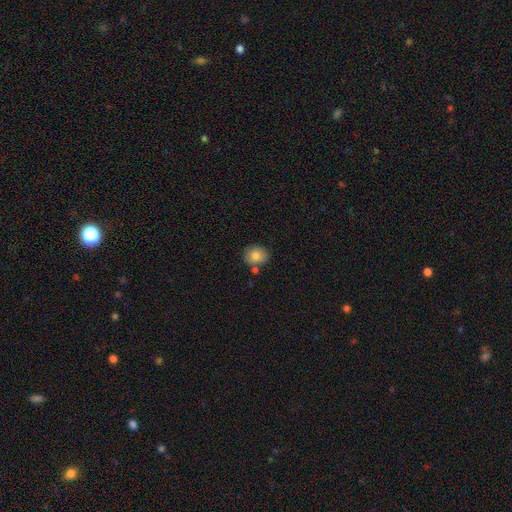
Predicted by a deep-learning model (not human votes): Q: Smooth or featured?
A: smooth (82%); runner-up: featured or disk (9%)
Q: How rounded?
A: round (70%); runner-up: in between (29%)
Q: Merging?
A: none (75%); runner-up: minor disturbance (12%)